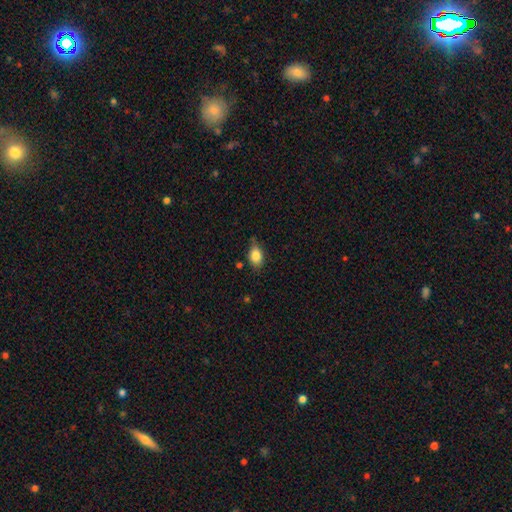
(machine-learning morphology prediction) Smooth or featured? Predicted: smooth (p=0.81). How rounded? Predicted: in between (p=0.71). Merging? Predicted: none (p=0.59).